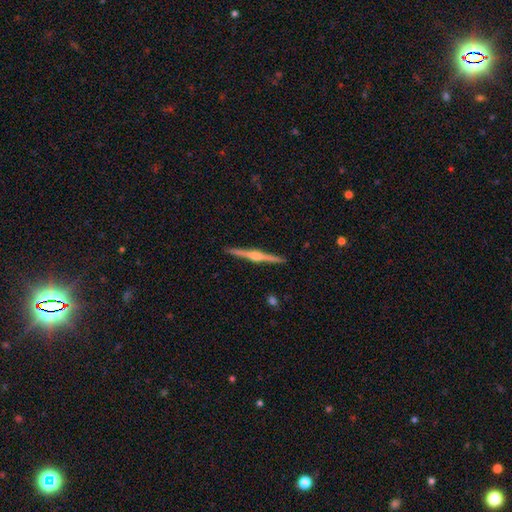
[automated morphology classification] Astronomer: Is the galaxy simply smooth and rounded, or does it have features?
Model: featured or disk — 85%.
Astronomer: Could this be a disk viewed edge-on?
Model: yes — 99%.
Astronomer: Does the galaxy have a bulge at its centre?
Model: rounded — 90%.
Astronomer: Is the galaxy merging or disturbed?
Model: none — 93%.